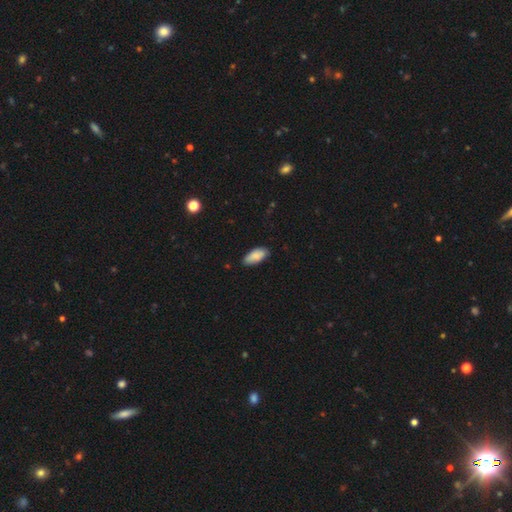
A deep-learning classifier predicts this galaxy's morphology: smooth_or_featured: smooth (p=0.86) [alt: featured or disk p=0.08]
how_rounded: in between (p=0.89) [alt: cigar-shaped p=0.09]
merging: none (p=0.79) [alt: minor disturbance p=0.17]